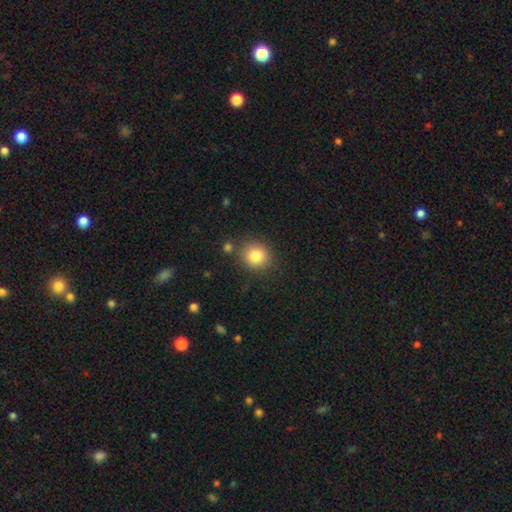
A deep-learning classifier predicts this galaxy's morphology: Q: Smooth or featured?
A: smooth (83%); runner-up: star or artifact (10%)
Q: How rounded?
A: round (85%); runner-up: in between (14%)
Q: Merging?
A: none (82%); runner-up: minor disturbance (9%)